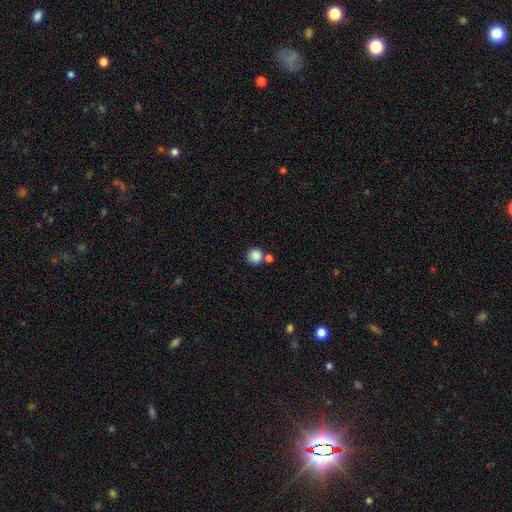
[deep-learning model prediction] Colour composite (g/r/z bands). It shows a smooth galaxy with no disk features (87%) that is round (93%). Merging: none (67%).